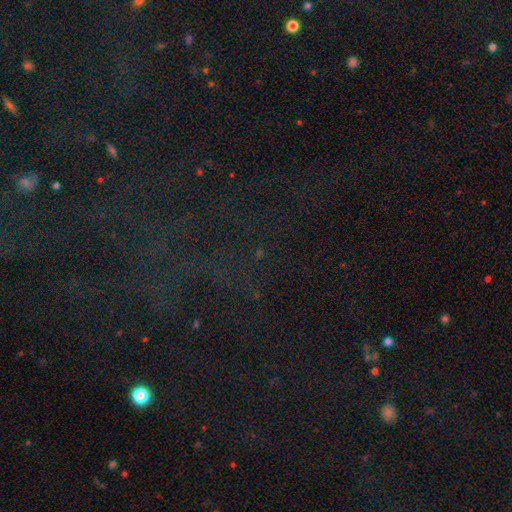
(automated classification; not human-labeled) star or artifact 76%, smooth 14%, featured or disk 11%.